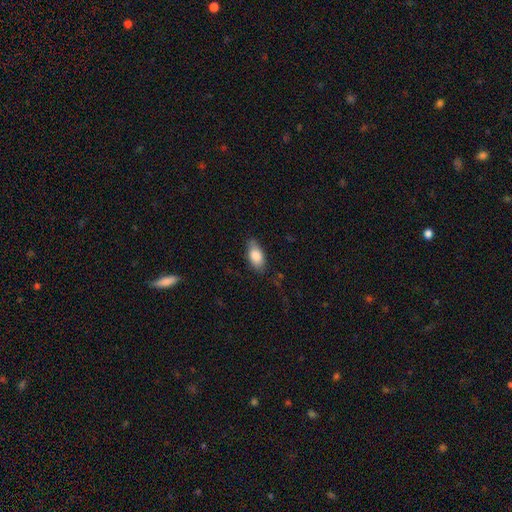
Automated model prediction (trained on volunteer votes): Overall: smooth (83%). How rounded: in between (89%). Merging: none (76%).